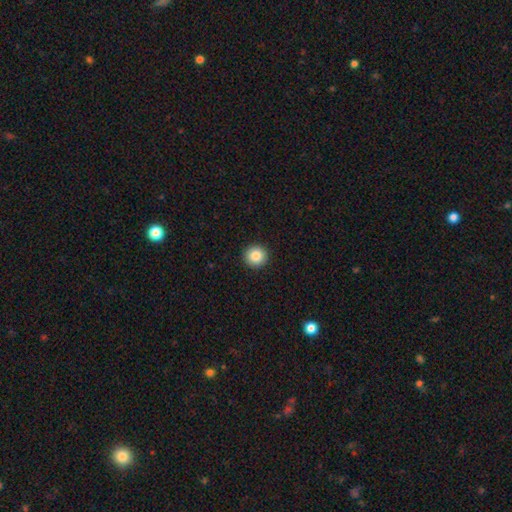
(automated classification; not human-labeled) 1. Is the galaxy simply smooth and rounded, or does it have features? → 85% smooth, 10% star or artifact, 5% featured or disk.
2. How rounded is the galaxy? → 95% round, 4% in between, 1% cigar-shaped.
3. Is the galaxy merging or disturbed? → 93% none, 4% minor disturbance, 1% major disturbance, 1% merger.